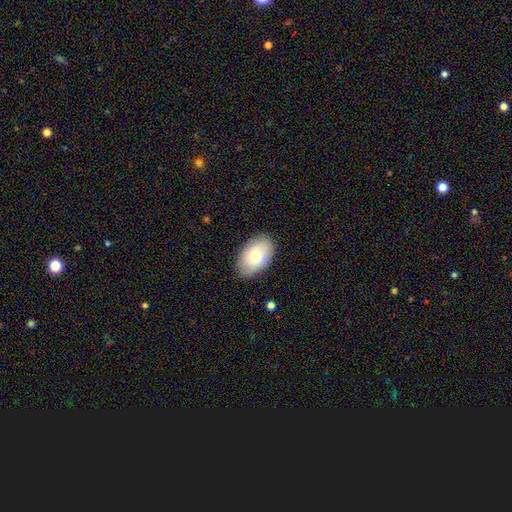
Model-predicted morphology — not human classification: Q: Smooth or featured?
A: smooth (77%); runner-up: featured or disk (16%)
Q: How rounded?
A: in between (92%); runner-up: round (7%)
Q: Merging?
A: none (84%); runner-up: minor disturbance (12%)